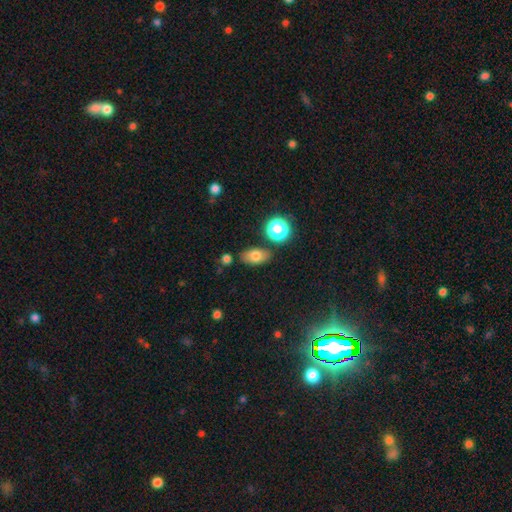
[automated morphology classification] Smooth or featured? Predicted: smooth (p=0.75). How rounded? Predicted: in between (p=0.86). Merging? Predicted: none (p=0.80).